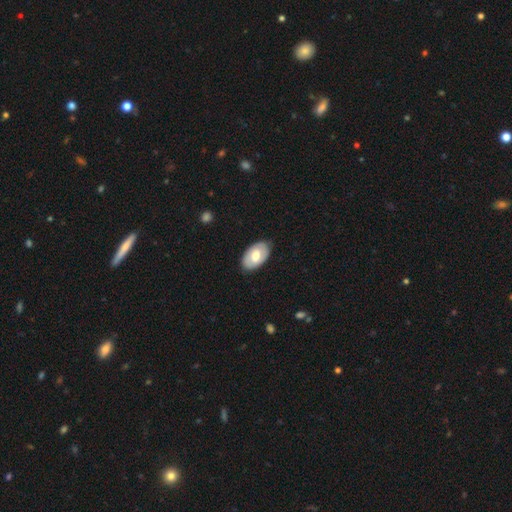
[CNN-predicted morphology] Overall: smooth (56%; featured or disk 39%). How rounded: in between (93%). Merging: none (84%).